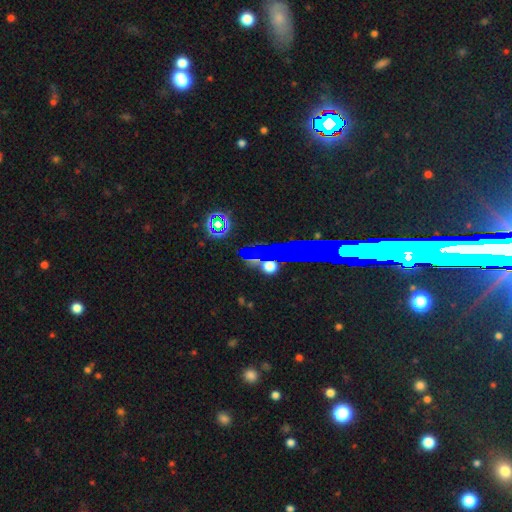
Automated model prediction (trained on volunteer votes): Overall: star or artifact (45%; smooth 30%).